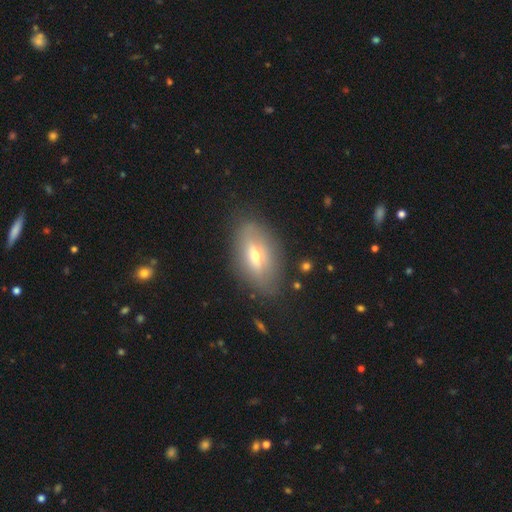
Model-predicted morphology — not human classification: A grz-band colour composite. It shows a featured or disk galaxy (48%). Merging: none (80%).